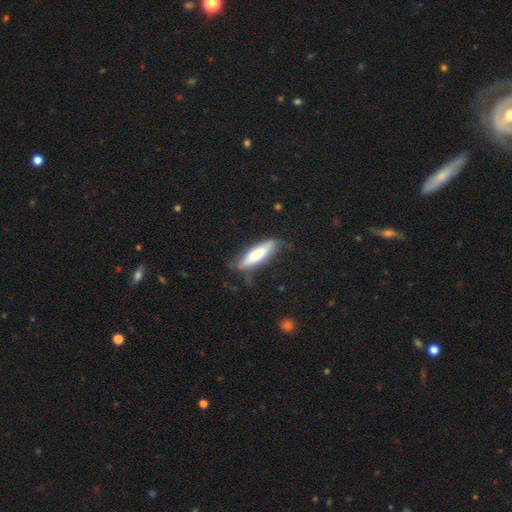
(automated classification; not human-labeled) Smooth or featured? smooth (71%)
How rounded? cigar-shaped (62%)
Merging? none (62%)